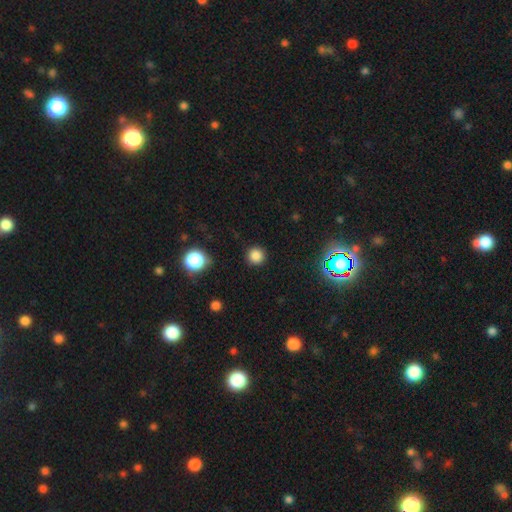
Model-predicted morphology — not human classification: smooth 82%, star or artifact 14%, featured or disk 4%. Down the decision tree: how rounded — round (95%); merging — none (90%).